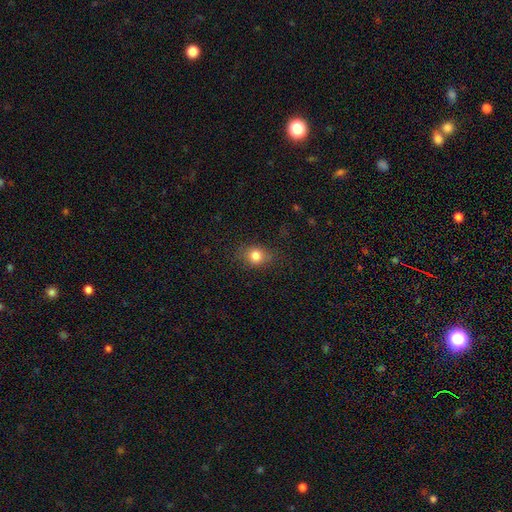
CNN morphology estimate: Overall: smooth (80%). How rounded: round (56%; in between 42%). Merging: none (79%).